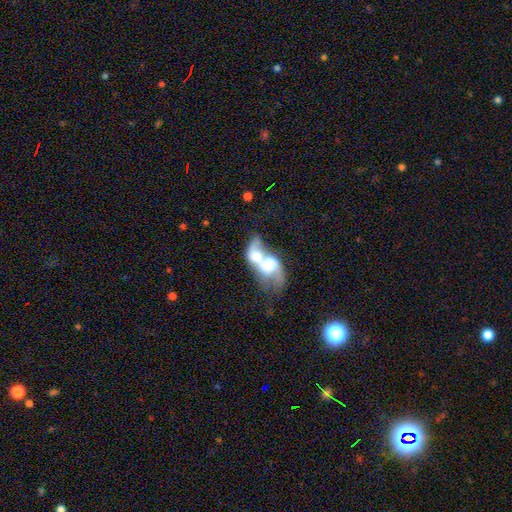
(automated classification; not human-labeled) smooth-or-featured: featured or disk: 54% | smooth: 38% | star or artifact: 8%
  disk-edge-on: no: 96% | yes: 4%
    bar: no: 71% | weak: 22% | strong: 7%
    has-spiral-arms: yes: 55% | no: 45%
    bulge-size: large: 37% | moderate: 30% | none: 16% | small: 10% | dominant: 8%
  merging: merger: 81% | major disturbance: 9% | none: 6% | minor disturbance: 4%